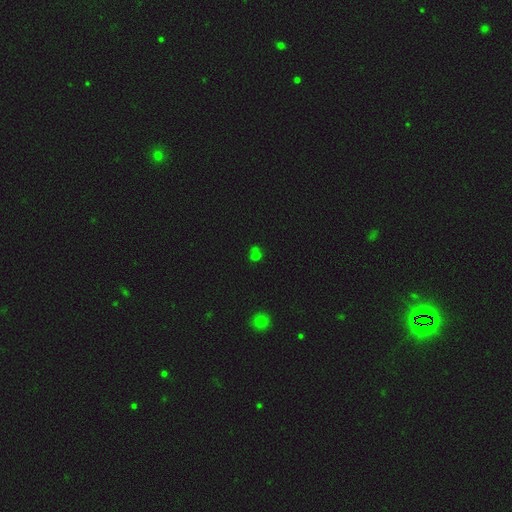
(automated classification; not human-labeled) smooth-or-featured: smooth: 54% | star or artifact: 34% | featured or disk: 12%
  how-rounded: round: 71% | in between: 27% | cigar-shaped: 2%
  merging: none: 46% | merger: 34% | minor disturbance: 12% | major disturbance: 9%